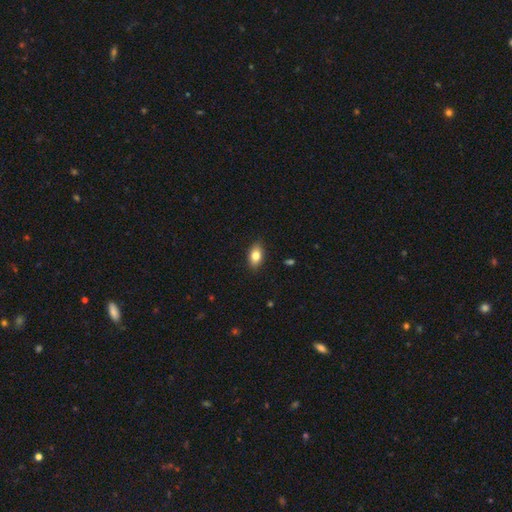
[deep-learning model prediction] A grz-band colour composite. It shows a smooth galaxy with no disk features (80%) that is in between round and cigar-shaped (88%). Merging: none (87%).